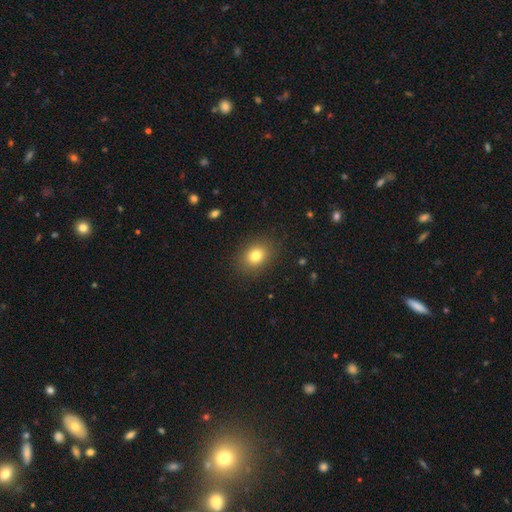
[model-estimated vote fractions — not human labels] Morphology: type=smooth (80%); roundness=in between (52%); merging=none (87%).